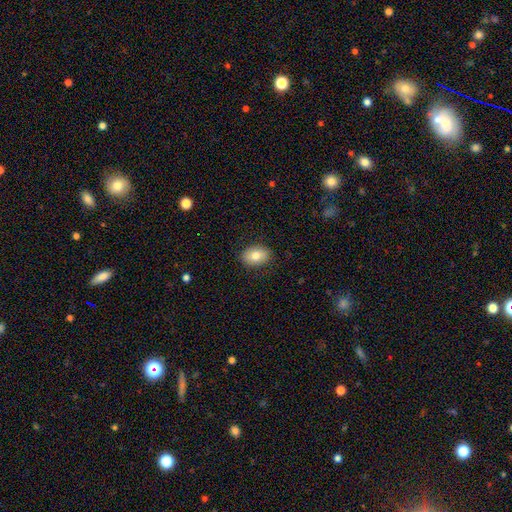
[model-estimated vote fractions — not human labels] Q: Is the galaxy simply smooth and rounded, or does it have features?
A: smooth — 80%.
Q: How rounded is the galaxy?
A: in between — 80%.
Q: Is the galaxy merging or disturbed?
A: none — 87%.